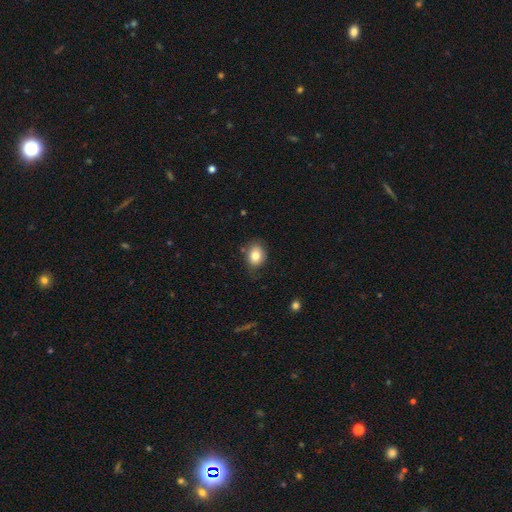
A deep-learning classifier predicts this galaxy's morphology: smooth-or-featured: smooth: 82% | featured or disk: 9% | star or artifact: 9%
  how-rounded: in between: 57% | round: 42% | cigar-shaped: 1%
  merging: none: 74% | minor disturbance: 19% | major disturbance: 4% | merger: 2%